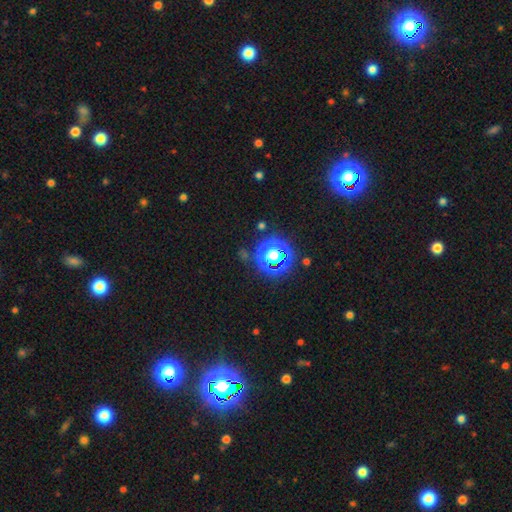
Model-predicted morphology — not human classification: This is likely a star or artifact rather than a galaxy (80%).